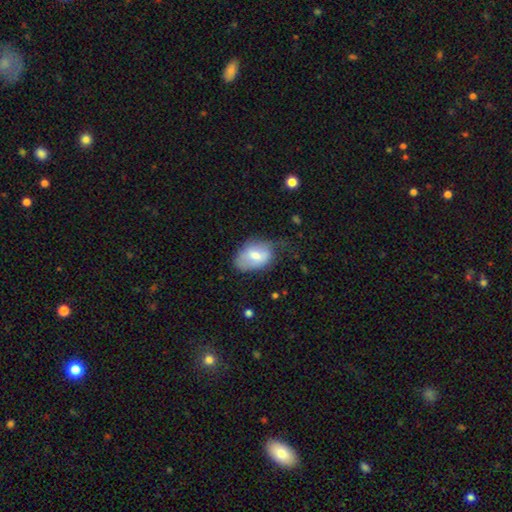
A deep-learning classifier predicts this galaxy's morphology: This appears to be a smooth galaxy with no disk features (65%) that is in between round and cigar-shaped (84%). Merging: none (48%).